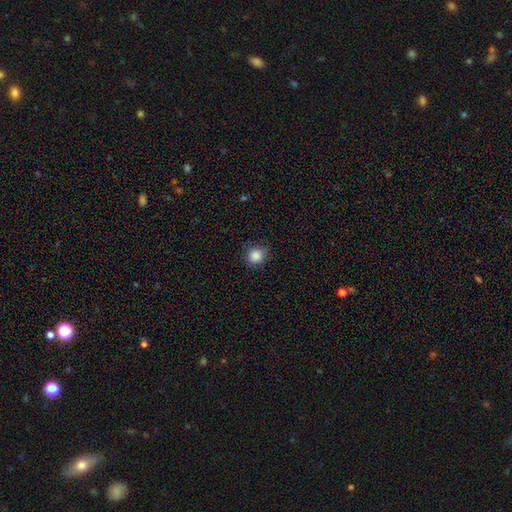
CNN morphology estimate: smooth 86%, star or artifact 10%, featured or disk 3%. Down the decision tree: how rounded — round (86%); merging — none (84%).